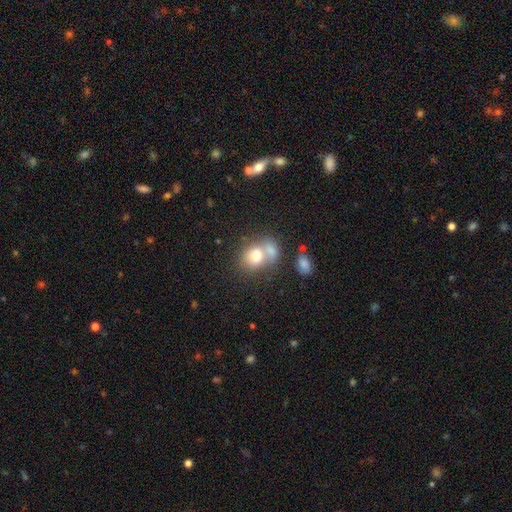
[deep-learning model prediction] Smooth or featured? smooth (74%)
How rounded? round (54%)
Merging? merger (53%)